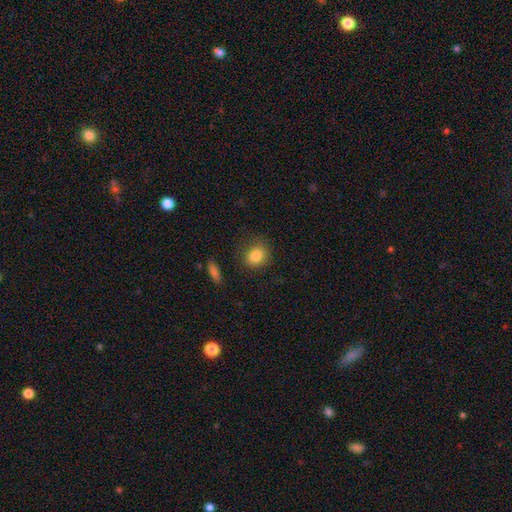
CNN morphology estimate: type=smooth (85%); roundness=round (61%); merging=none (78%).